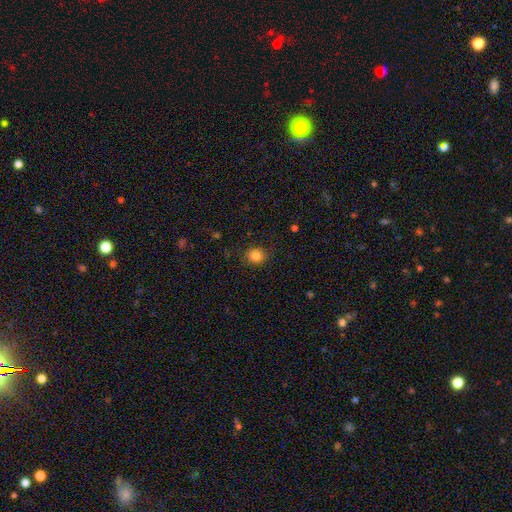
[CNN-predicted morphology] Smooth or featured: smooth — 84% (star or artifact — 11%)
How rounded: round — 83% (in between — 16%)
Merging: none — 86% (minor disturbance — 10%)